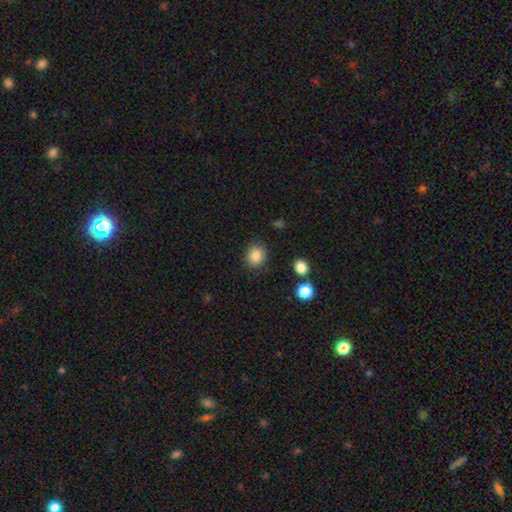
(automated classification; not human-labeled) smooth_or_featured: smooth (p=0.86) [alt: star or artifact p=0.10]
how_rounded: round (p=0.76) [alt: in between p=0.23]
merging: none (p=0.86) [alt: minor disturbance p=0.09]